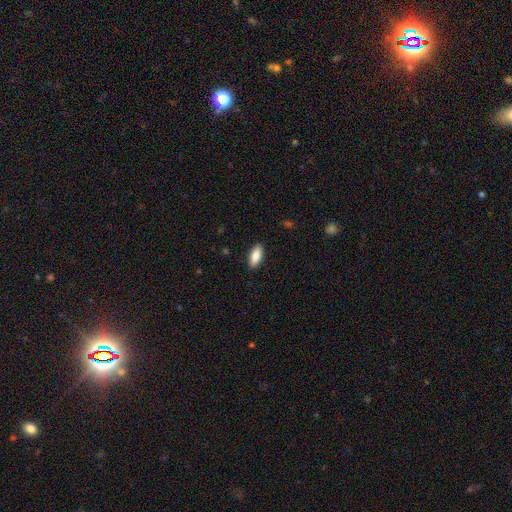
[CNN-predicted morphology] Smooth or featured?
  - smooth: 85% *
  - featured or disk: 9%
  - star or artifact: 6%
How rounded?
  - in between: 77% *
  - cigar-shaped: 21%
  - round: 2%
Merging?
  - none: 89% *
  - minor disturbance: 9%
  - major disturbance: 2%
  - merger: 1%